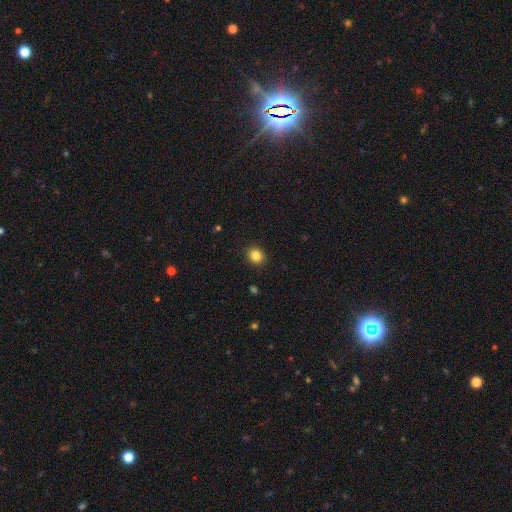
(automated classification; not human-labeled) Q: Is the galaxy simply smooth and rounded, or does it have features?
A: smooth — 85%.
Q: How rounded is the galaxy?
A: round — 73%.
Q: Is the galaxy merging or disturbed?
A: none — 91%.